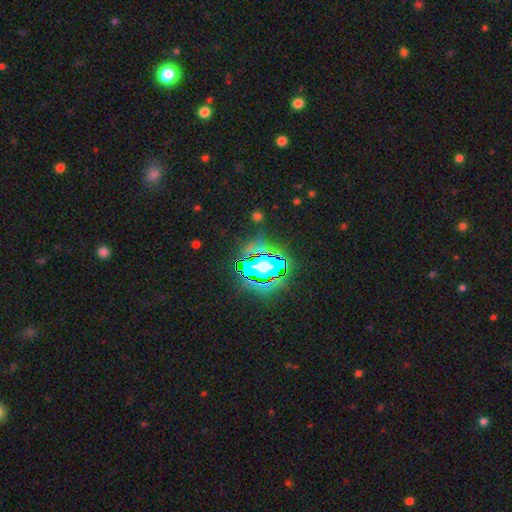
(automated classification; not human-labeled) Smooth or featured? star or artifact (82%)